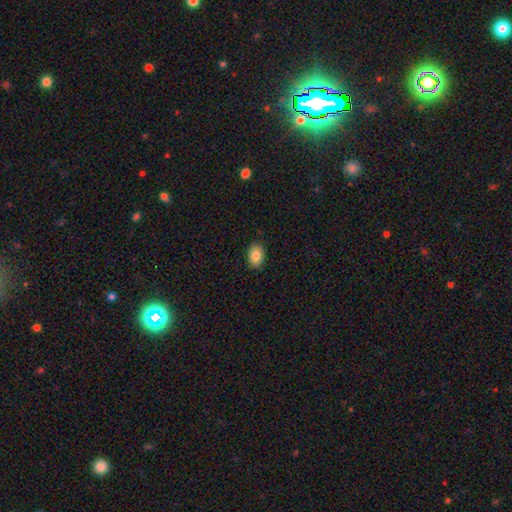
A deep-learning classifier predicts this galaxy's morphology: Smooth or featured? smooth (85%)
How rounded? in between (83%)
Merging? none (89%)